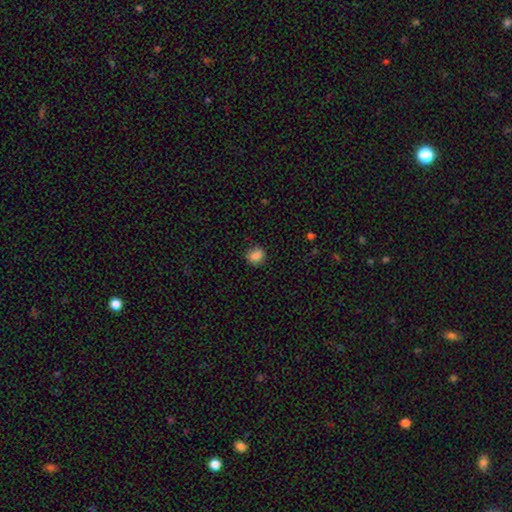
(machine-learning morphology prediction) smooth_or_featured: smooth (p=0.84) [alt: star or artifact p=0.10]
how_rounded: round (p=0.68) [alt: in between p=0.31]
merging: none (p=0.81) [alt: minor disturbance p=0.15]